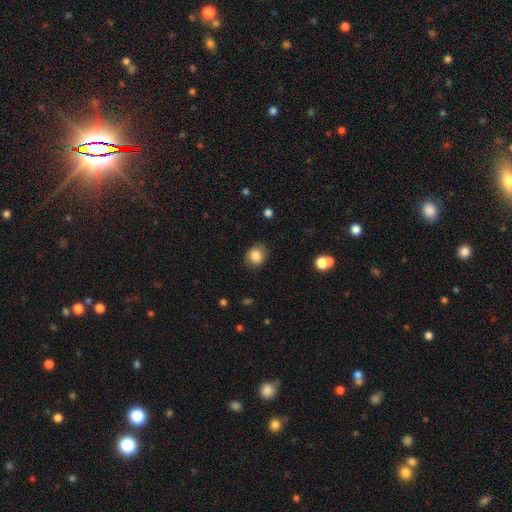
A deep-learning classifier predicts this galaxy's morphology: smooth 83%, star or artifact 9%, featured or disk 7%. Down the decision tree: how rounded — round (61%); merging — none (79%).